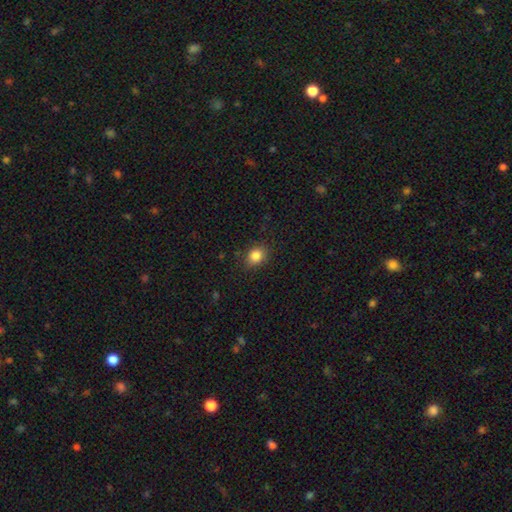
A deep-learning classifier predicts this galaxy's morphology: smooth 85%, star or artifact 10%, featured or disk 5%. Down the decision tree: how rounded — round (52%); merging — none (86%).